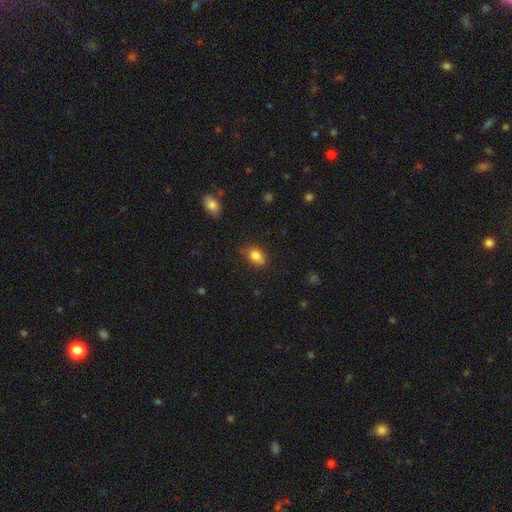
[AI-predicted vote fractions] Smooth or featured? smooth (82%)
How rounded? in between (81%)
Merging? none (74%)